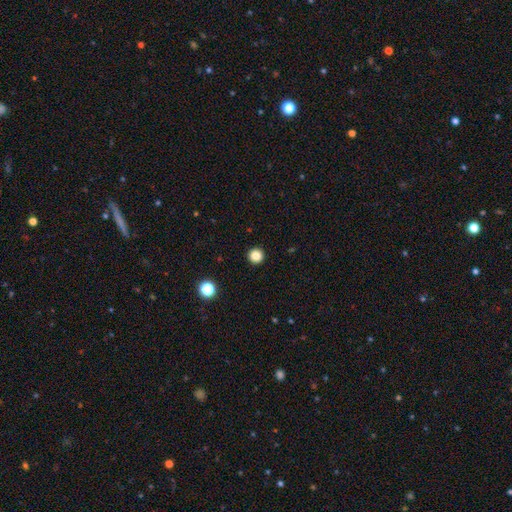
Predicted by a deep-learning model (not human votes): A smooth galaxy with no disk features (84%) that is round (96%). Merging: none (94%).